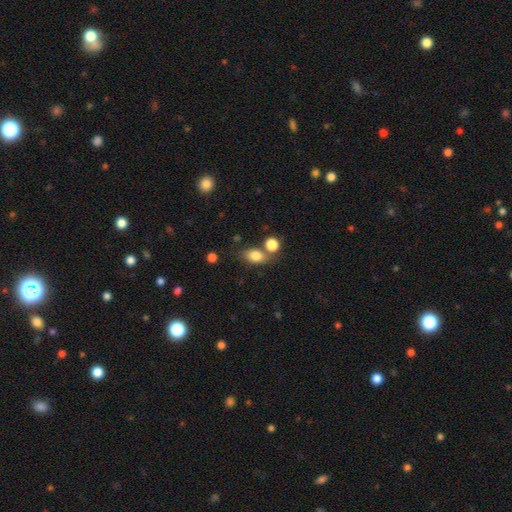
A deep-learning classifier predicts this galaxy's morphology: smooth-or-featured: smooth: 81% | star or artifact: 10% | featured or disk: 9%
  how-rounded: in between: 76% | round: 21% | cigar-shaped: 3%
  merging: none: 61% | merger: 21% | minor disturbance: 13% | major disturbance: 4%